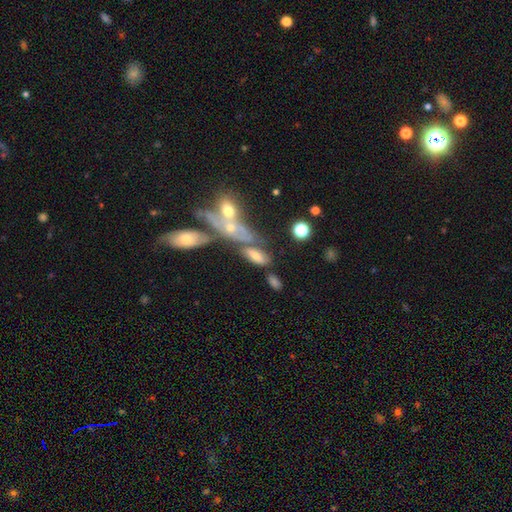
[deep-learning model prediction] smooth_or_featured: smooth (p=0.56) [alt: featured or disk p=0.33]
how_rounded: in between (p=0.83) [alt: cigar-shaped p=0.12]
merging: none (p=0.39) [alt: merger p=0.35]